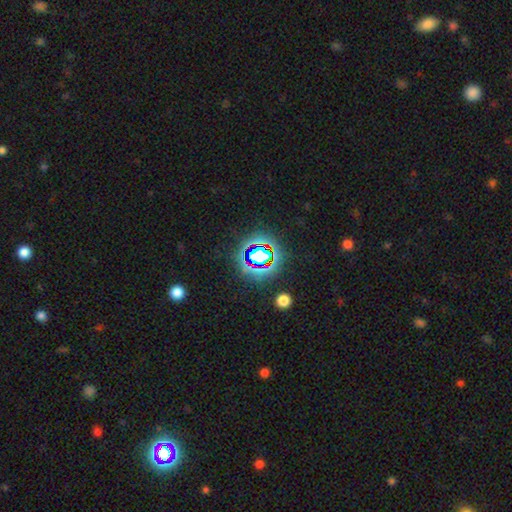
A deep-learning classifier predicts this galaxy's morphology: smooth_or_featured: star or artifact (p=0.77) [alt: smooth p=0.14]